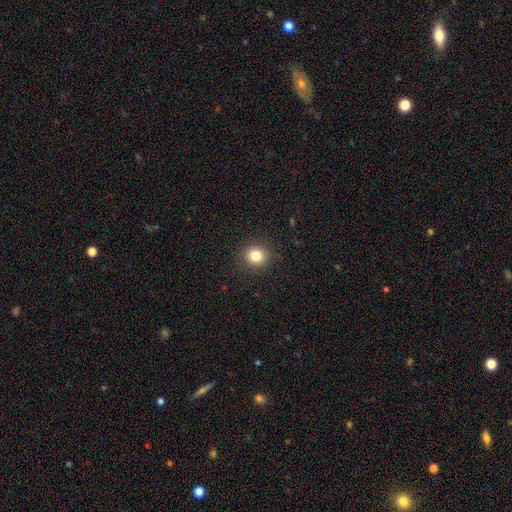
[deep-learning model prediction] Morphology: type=smooth (83%); roundness=round (90%); merging=none (91%).